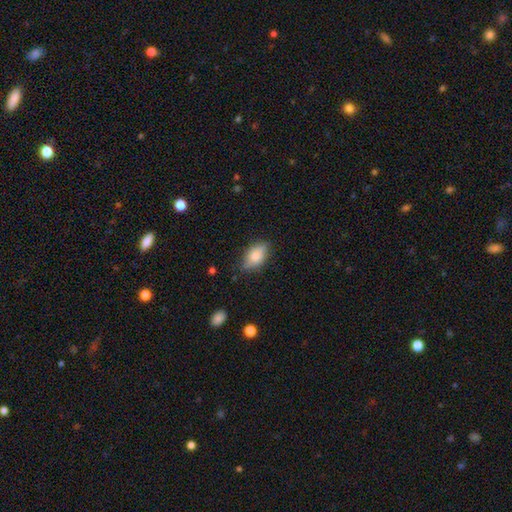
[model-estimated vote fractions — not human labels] Smooth or featured: smooth — 76% (featured or disk — 16%)
How rounded: in between — 88% (cigar-shaped — 6%)
Merging: none — 75% (minor disturbance — 19%)